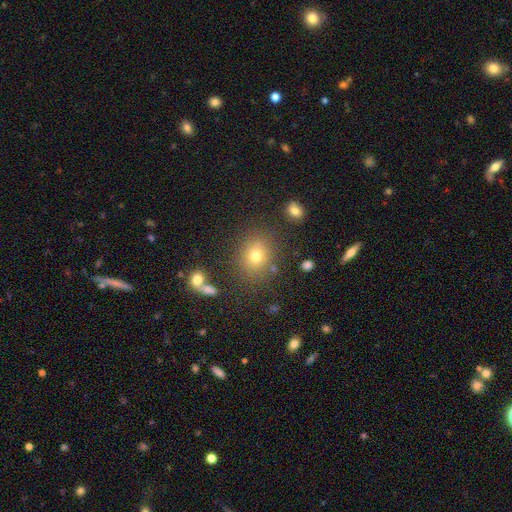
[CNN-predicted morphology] Smooth or featured?
  - smooth: 73% *
  - star or artifact: 16%
  - featured or disk: 11%
How rounded?
  - round: 68% *
  - in between: 31%
  - cigar-shaped: 1%
Merging?
  - none: 80% *
  - minor disturbance: 10%
  - merger: 5%
  - major disturbance: 4%